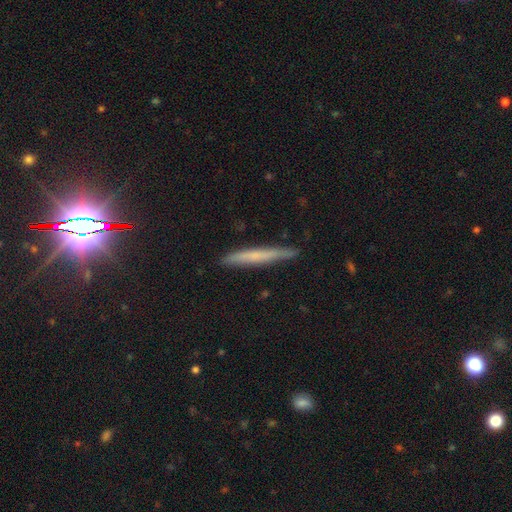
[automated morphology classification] Smooth or featured: smooth — 56% (featured or disk — 36%)
How rounded: cigar-shaped — 96% (in between — 2%)
Merging: none — 87% (minor disturbance — 10%)